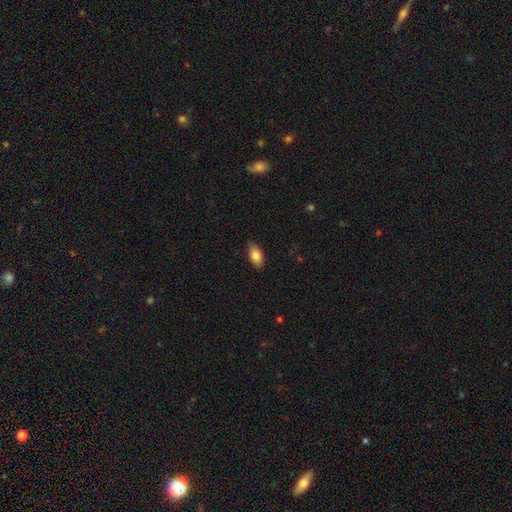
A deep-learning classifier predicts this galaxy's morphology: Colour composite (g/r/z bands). It shows a smooth galaxy with no disk features (82%) that is in between round and cigar-shaped (92%). Merging: none (84%).